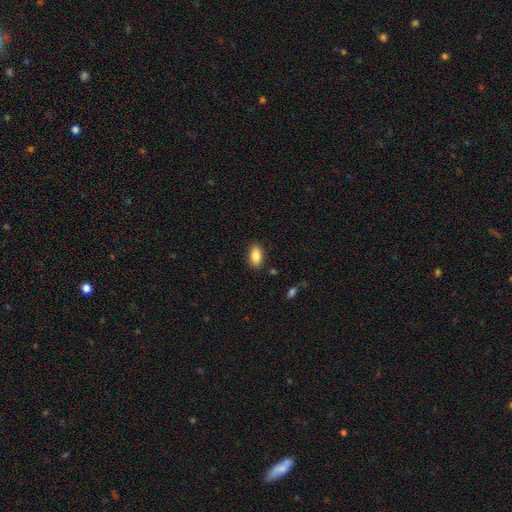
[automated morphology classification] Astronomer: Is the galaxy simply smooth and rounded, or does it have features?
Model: smooth — 86%.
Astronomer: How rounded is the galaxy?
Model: in between — 92%.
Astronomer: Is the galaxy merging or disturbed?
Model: none — 87%.